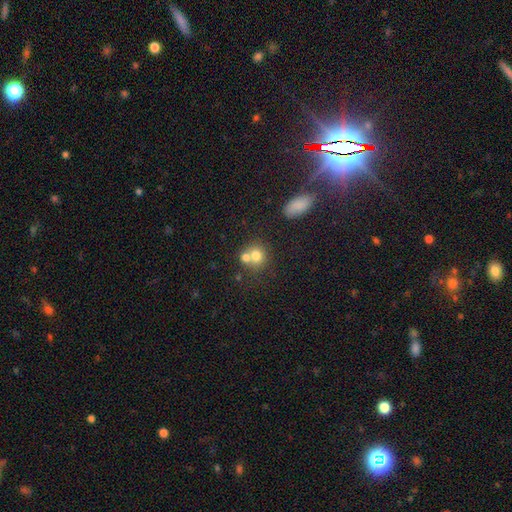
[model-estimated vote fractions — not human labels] smooth_or_featured: smooth (p=0.73) [alt: featured or disk p=0.16]
how_rounded: round (p=0.75) [alt: in between p=0.24]
merging: merger (p=0.49) [alt: none p=0.39]